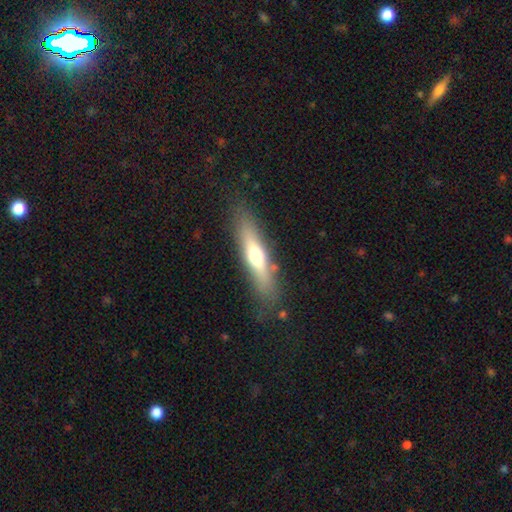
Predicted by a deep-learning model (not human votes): A smooth galaxy with no disk features (50%).

Vote fractions:
- Smooth or featured? smooth: 50% / featured or disk: 43% / star or artifact: 7%
- Merging? none: 82% / minor disturbance: 12% / major disturbance: 4% / merger: 2%